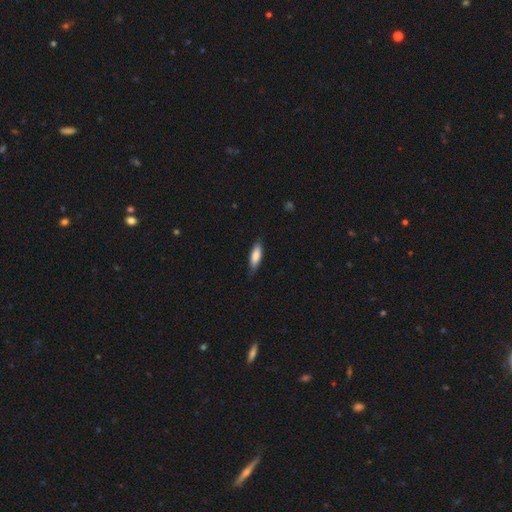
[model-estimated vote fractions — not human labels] smooth-or-featured: smooth: 82% | featured or disk: 12% | star or artifact: 6%
  how-rounded: in between: 52% | cigar-shaped: 46% | round: 2%
  merging: none: 79% | minor disturbance: 18% | major disturbance: 3% | merger: 1%